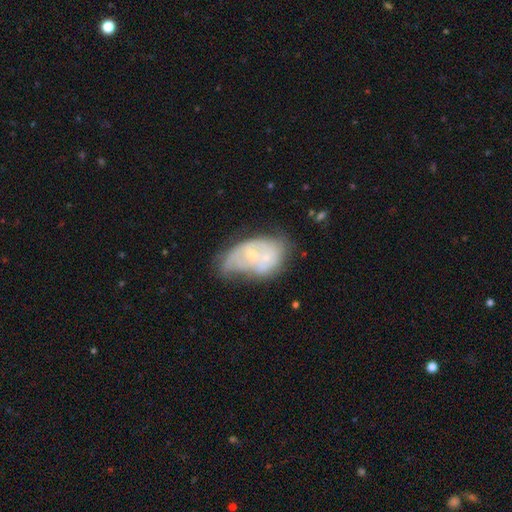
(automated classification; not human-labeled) This is likely a featured or disk galaxy (61%). It is clearly not viewed edge-on (96%). Bar: clearly no (85%). Spiral arm pattern: likely no (61%). Central bulge: likely small (65%). Merging: marginally merger (42%).